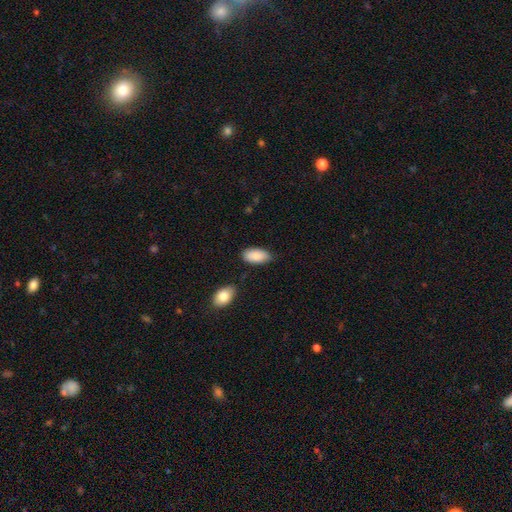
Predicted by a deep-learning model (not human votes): This is clearly a smooth galaxy (89%). How rounded: clearly in between (94%). Merging: likely none (77%).